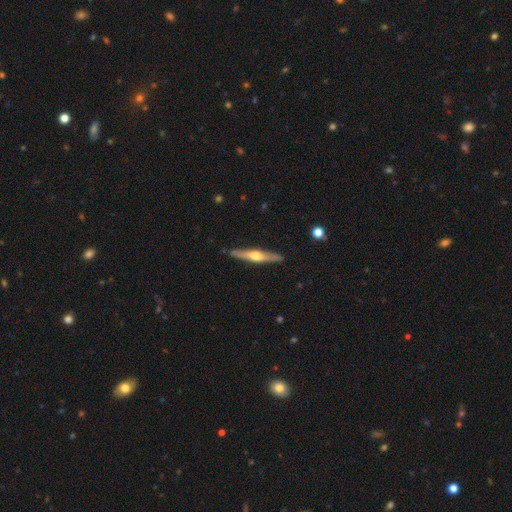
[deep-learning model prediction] featured or disk 62%, smooth 33%, star or artifact 5%. Down the decision tree: edge-on disk — yes (95%); edge-on bulge — rounded (89%); merging — none (89%).